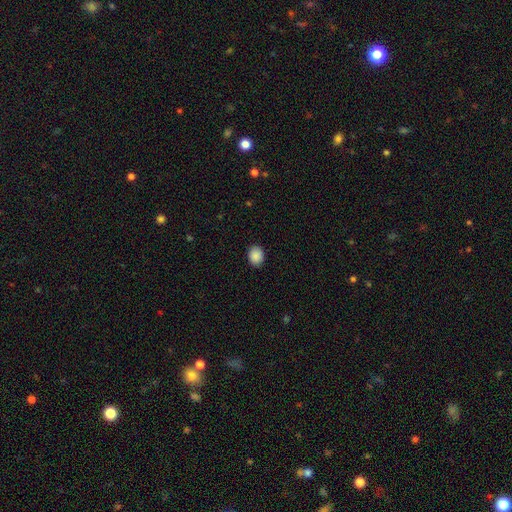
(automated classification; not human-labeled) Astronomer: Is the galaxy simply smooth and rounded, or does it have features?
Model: smooth — 89%.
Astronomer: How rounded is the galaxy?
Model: in between — 50% (runner-up: round, 49%).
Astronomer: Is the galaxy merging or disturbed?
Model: none — 89%.